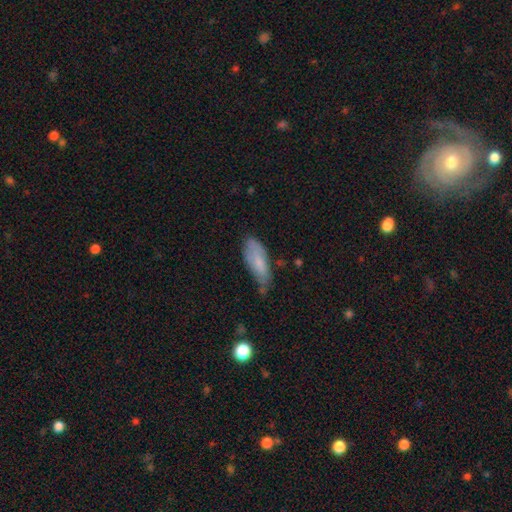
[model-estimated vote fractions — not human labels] A smooth galaxy with no disk features (69%) that is in between round and cigar-shaped (69%).

Vote fractions:
- Smooth or featured? smooth: 69% / featured or disk: 23% / star or artifact: 8%
- How rounded? in between: 69% / cigar-shaped: 29% / round: 2%
- Merging? none: 49% / minor disturbance: 38% / major disturbance: 9% / merger: 3%